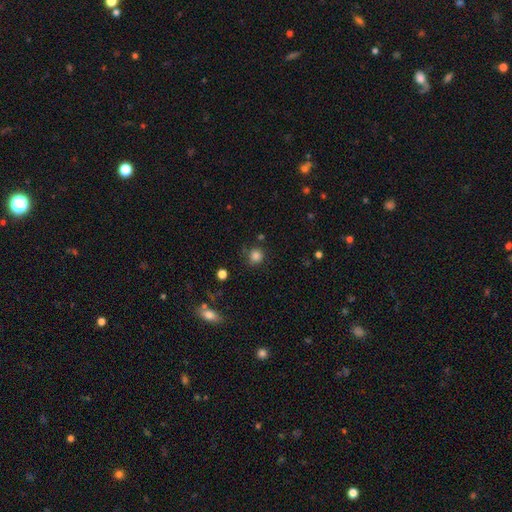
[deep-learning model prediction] smooth 83%, star or artifact 13%, featured or disk 4%. Down the decision tree: how rounded — round (91%); merging — none (80%).